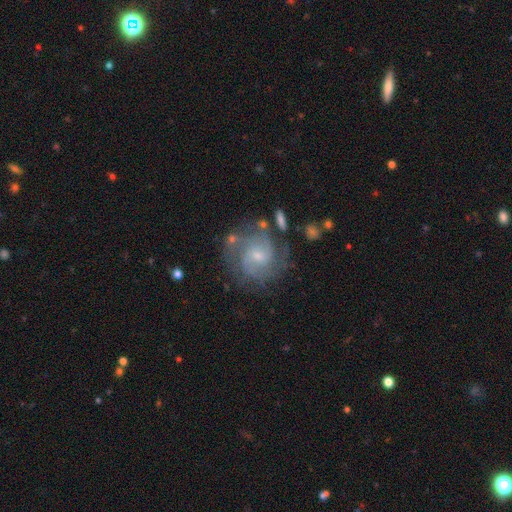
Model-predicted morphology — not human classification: This appears to be a featured or disk galaxy (83%) with no bar (54%), 2 (40%) tight (49%) spiral arms (95%) and a small central bulge (66%). Merging: none (70%).